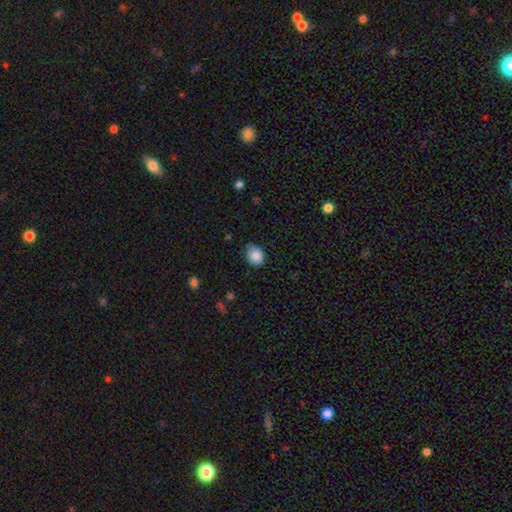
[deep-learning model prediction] Smooth or featured: smooth — 87% (star or artifact — 9%)
How rounded: round — 59% (in between — 40%)
Merging: none — 70% (minor disturbance — 25%)